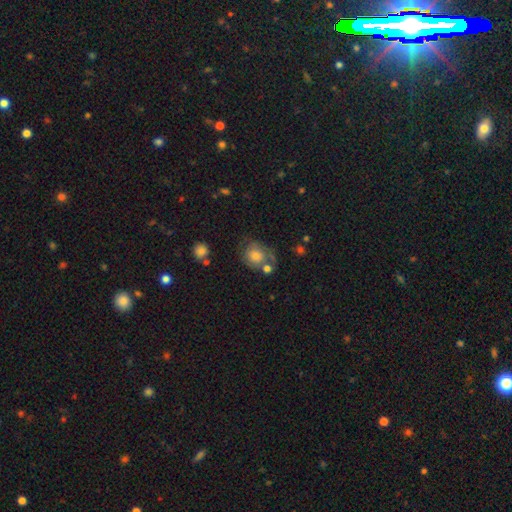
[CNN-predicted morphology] Smooth or featured? Predicted: smooth (p=0.65). How rounded? Predicted: round (p=0.71). Merging? Predicted: none (p=0.47).